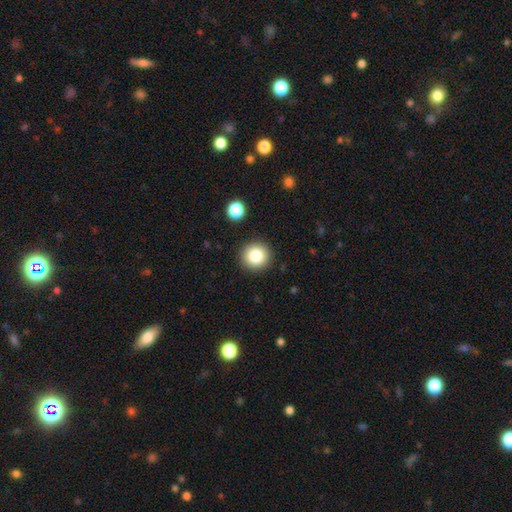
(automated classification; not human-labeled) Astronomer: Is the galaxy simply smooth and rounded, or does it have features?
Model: smooth — 83%.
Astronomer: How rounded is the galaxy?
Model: round — 93%.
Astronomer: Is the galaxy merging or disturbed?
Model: none — 91%.